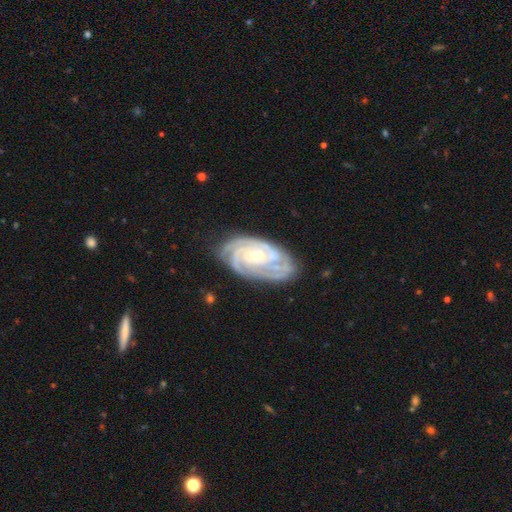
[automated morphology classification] Q: Smooth or featured?
A: featured or disk (90%); runner-up: smooth (5%)
Q: Edge-on disk?
A: no (97%); runner-up: yes (3%)
Q: Bar?
A: no (64%); runner-up: weak (26%)
Q: Spiral arms?
A: yes (98%); runner-up: no (2%)
Q: Spiral winding?
A: tight (79%); runner-up: medium (19%)
Q: Spiral arm count?
A: 3 (31%); runner-up: 4 (28%)
Q: Bulge size?
A: small (66%); runner-up: moderate (31%)
Q: Merging?
A: none (77%); runner-up: minor disturbance (17%)